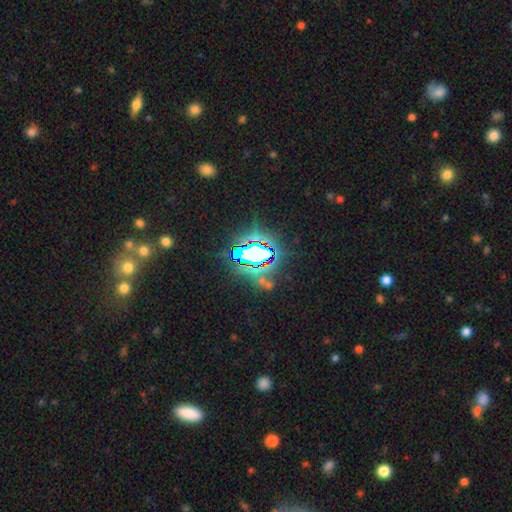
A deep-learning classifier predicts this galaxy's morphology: A star or artifact, not a galaxy (73%).